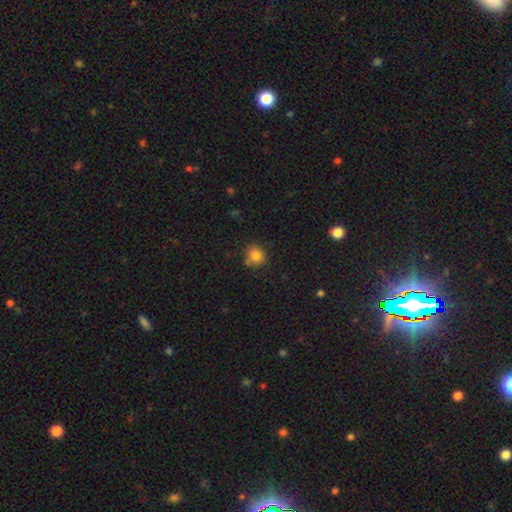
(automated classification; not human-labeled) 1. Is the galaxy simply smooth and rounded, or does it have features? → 81% smooth, 12% star or artifact, 7% featured or disk.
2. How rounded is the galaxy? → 87% round, 12% in between, 1% cigar-shaped.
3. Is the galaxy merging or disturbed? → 75% none, 13% minor disturbance, 9% merger, 3% major disturbance.